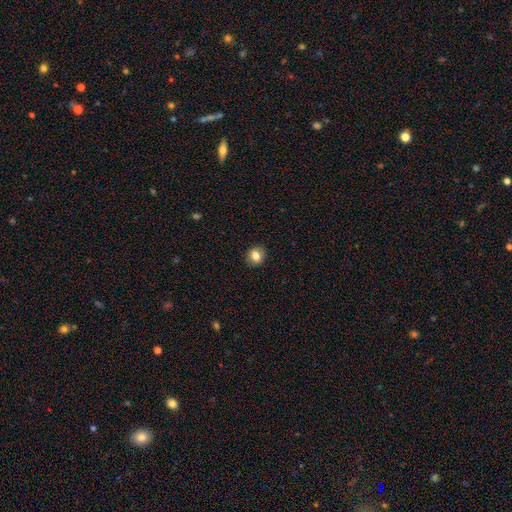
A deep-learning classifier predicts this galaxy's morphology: A smooth galaxy with no disk features (81%) that is round (69%).

Vote fractions:
- Smooth or featured? smooth: 81% / star or artifact: 10% / featured or disk: 10%
- How rounded? round: 69% / in between: 30% / cigar-shaped: 1%
- Merging? none: 90% / minor disturbance: 7% / major disturbance: 2% / merger: 1%